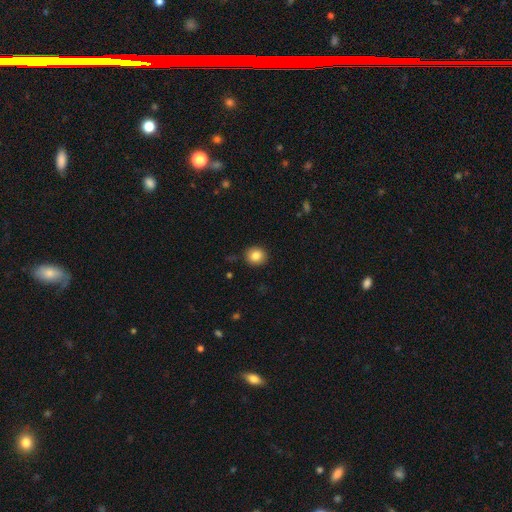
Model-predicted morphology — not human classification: smooth_or_featured: smooth (p=0.84) [alt: star or artifact p=0.10]
how_rounded: round (p=0.85) [alt: in between p=0.14]
merging: none (p=0.90) [alt: minor disturbance p=0.07]